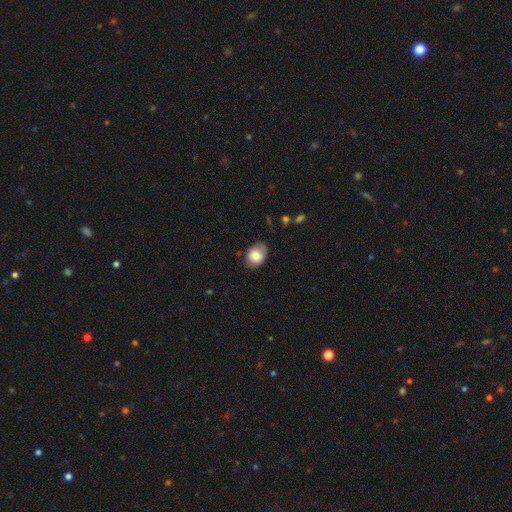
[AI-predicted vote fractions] Smooth or featured? Predicted: smooth (p=0.77). How rounded? Predicted: in between (p=0.72). Merging? Predicted: none (p=0.68).